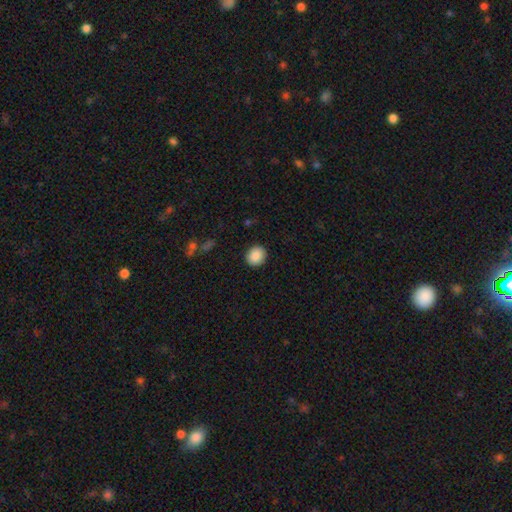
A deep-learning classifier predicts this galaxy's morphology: Smooth or featured?
  - smooth: 88% *
  - star or artifact: 8%
  - featured or disk: 4%
How rounded?
  - round: 78% *
  - in between: 21%
  - cigar-shaped: 1%
Merging?
  - none: 91% *
  - minor disturbance: 6%
  - major disturbance: 2%
  - merger: 1%